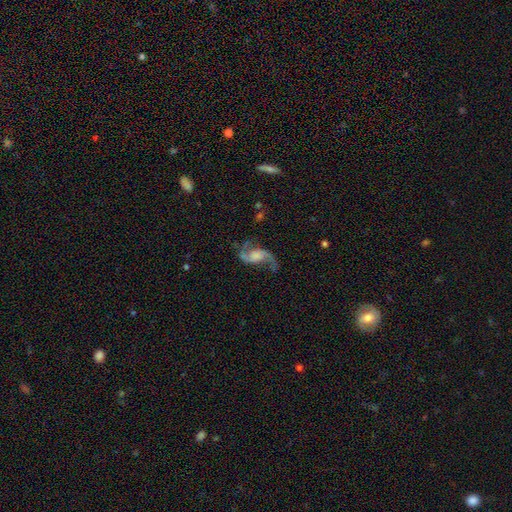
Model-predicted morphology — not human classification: featured or disk 85%, smooth 9%, star or artifact 6%. Down the decision tree: edge-on disk — no (97%); bar — no (56%); spiral arms — yes (96%); spiral arm count — 2 (91%); spiral winding — loose (73%); bulge size — none (36%); merging — none (62%).